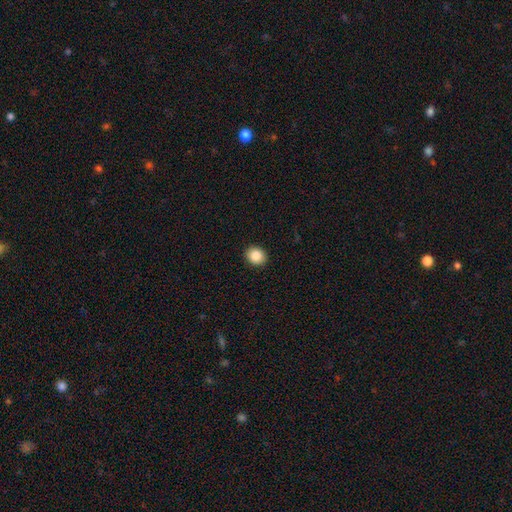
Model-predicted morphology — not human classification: Smooth or featured?
  - smooth: 86% *
  - star or artifact: 9%
  - featured or disk: 5%
How rounded?
  - round: 70% *
  - in between: 30%
  - cigar-shaped: 1%
Merging?
  - none: 92% *
  - minor disturbance: 6%
  - major disturbance: 2%
  - merger: 1%